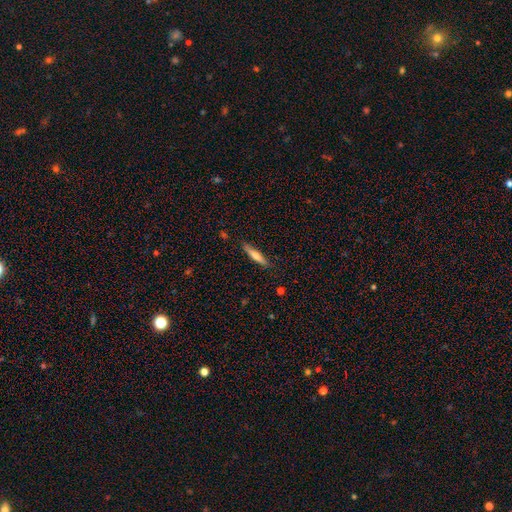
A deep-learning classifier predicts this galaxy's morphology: smooth-or-featured: smooth: 59% | featured or disk: 35% | star or artifact: 6%
  how-rounded: cigar-shaped: 88% | in between: 10% | round: 1%
  merging: none: 86% | minor disturbance: 10% | major disturbance: 2% | merger: 1%